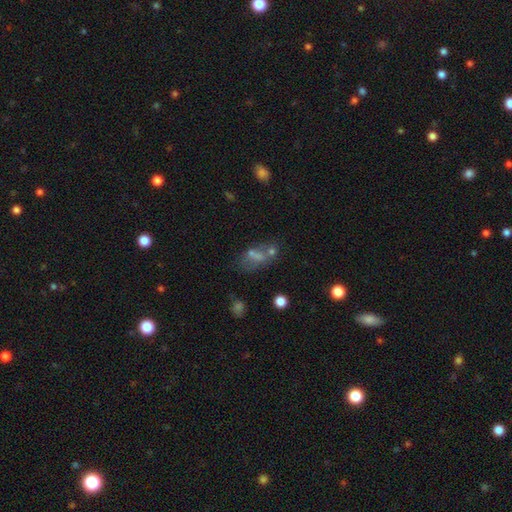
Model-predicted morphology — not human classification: A smooth galaxy with no disk features (52%) that is in between round and cigar-shaped (79%). Merging: none (34%).